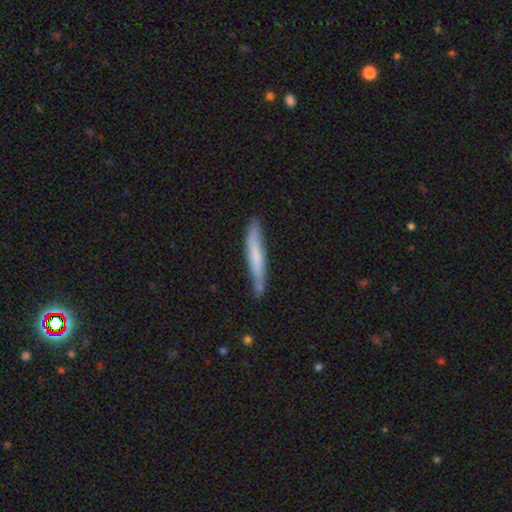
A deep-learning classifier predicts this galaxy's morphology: smooth-or-featured: smooth: 64% | featured or disk: 30% | star or artifact: 5%
  how-rounded: cigar-shaped: 95% | in between: 4% | round: 1%
  merging: none: 75% | minor disturbance: 19% | merger: 3% | major disturbance: 3%